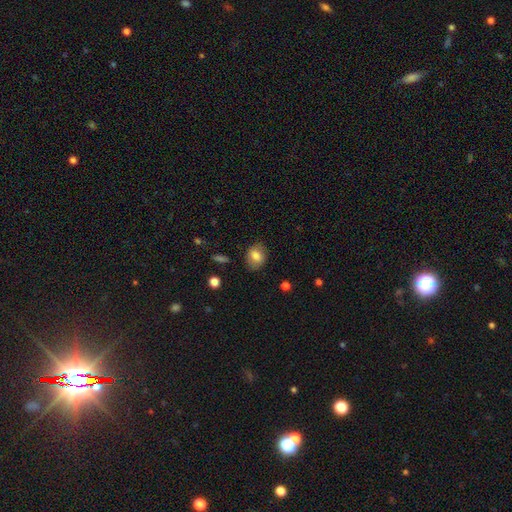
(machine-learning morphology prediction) A smooth galaxy with no disk features (77%) that is in between round and cigar-shaped (54%).

Vote fractions:
- Smooth or featured? smooth: 77% / featured or disk: 15% / star or artifact: 9%
- How rounded? in between: 54% / round: 44% / cigar-shaped: 1%
- Merging? none: 79% / minor disturbance: 15% / major disturbance: 4% / merger: 1%